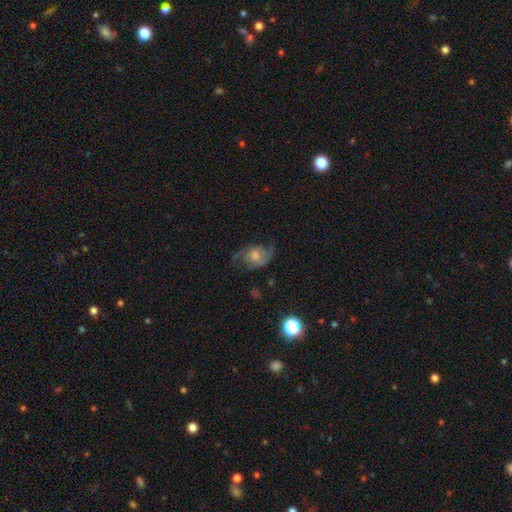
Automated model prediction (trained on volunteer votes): This appears to be a featured or disk galaxy (70%) with no bar (70%), 2 (81%) medium (45%) spiral arms (89%) and a moderate central bulge (40%). Merging: none (56%).